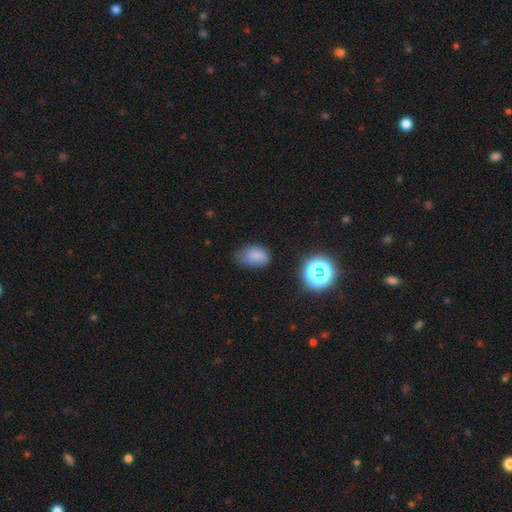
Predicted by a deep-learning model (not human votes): Overall: smooth (74%). How rounded: in between (83%). Merging: none (54%; minor disturbance 33%).